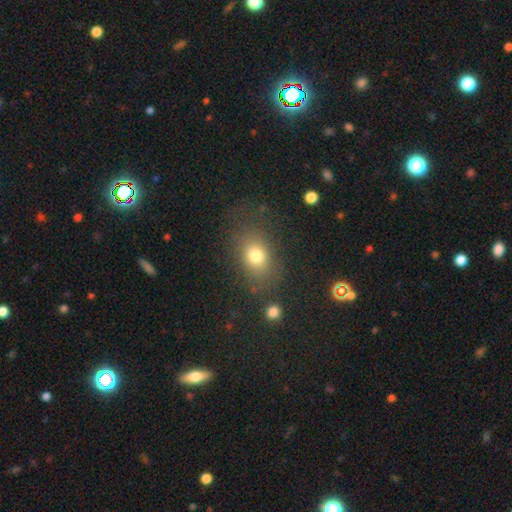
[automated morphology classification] This appears to be a smooth galaxy with no disk features (76%) that is in between round and cigar-shaped (65%). Merging: none (73%).